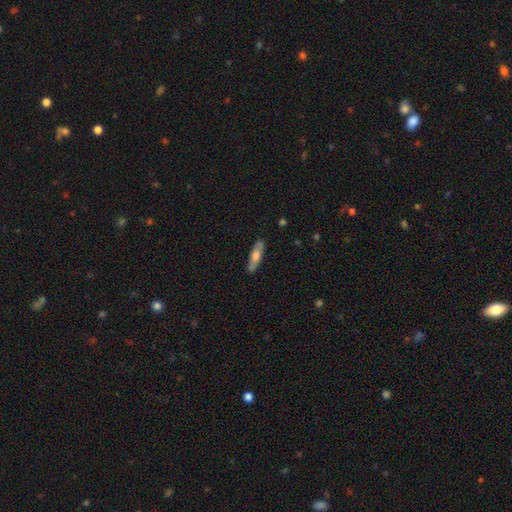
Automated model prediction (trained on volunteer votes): Smooth or featured?
  - smooth: 52% *
  - featured or disk: 42%
  - star or artifact: 6%
How rounded?
  - cigar-shaped: 69% *
  - in between: 29%
  - round: 2%
Merging?
  - none: 85% *
  - minor disturbance: 12%
  - major disturbance: 2%
  - merger: 1%